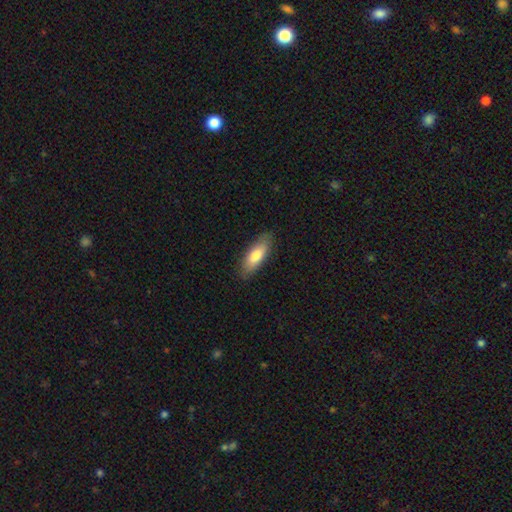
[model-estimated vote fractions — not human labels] Morphology: type=smooth (76%); roundness=in between (65%); merging=none (85%).